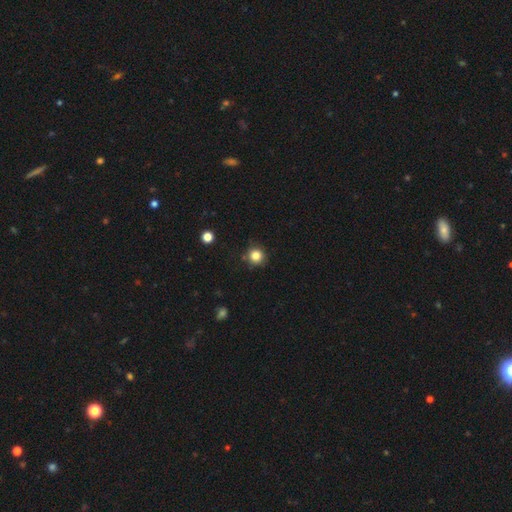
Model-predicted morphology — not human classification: A smooth galaxy with no disk features (83%) that is round (93%).

Vote fractions:
- Smooth or featured? smooth: 83% / star or artifact: 12% / featured or disk: 5%
- How rounded? round: 93% / in between: 6% / cigar-shaped: 1%
- Merging? none: 84% / minor disturbance: 11% / major disturbance: 2% / merger: 2%